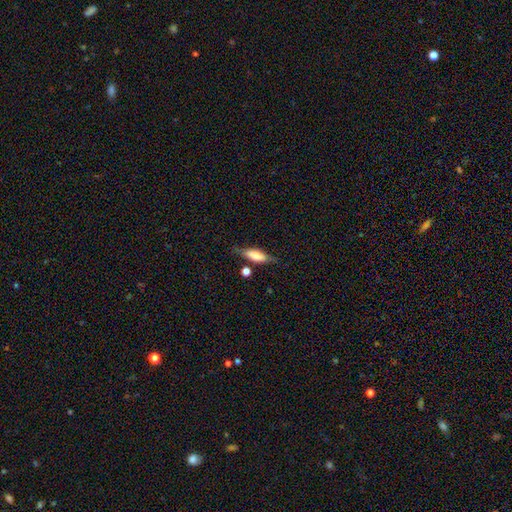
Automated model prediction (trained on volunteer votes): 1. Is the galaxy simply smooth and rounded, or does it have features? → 64% smooth, 29% featured or disk, 7% star or artifact.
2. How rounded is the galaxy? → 56% in between, 41% cigar-shaped, 3% round.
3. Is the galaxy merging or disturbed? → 67% none, 20% minor disturbance, 7% major disturbance, 6% merger.